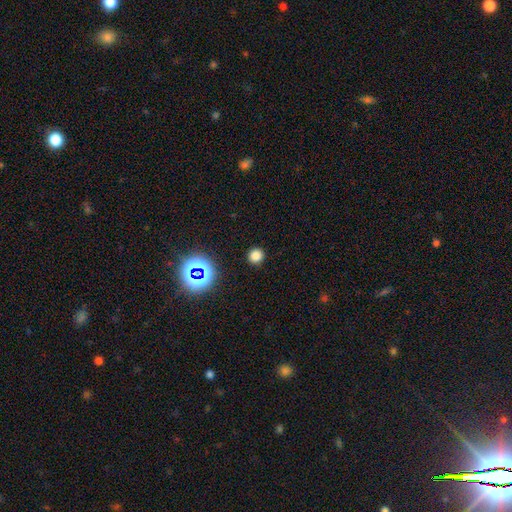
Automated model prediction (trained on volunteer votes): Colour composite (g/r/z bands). It shows a smooth galaxy with no disk features (76%) that is round (93%). Merging: none (91%).